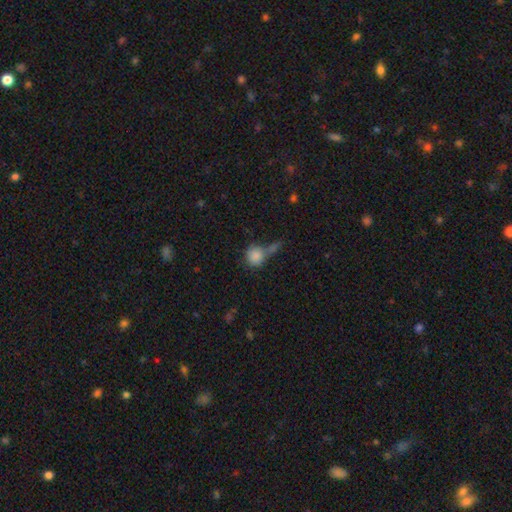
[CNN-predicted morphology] Q: Smooth or featured?
A: smooth (84%); runner-up: star or artifact (9%)
Q: How rounded?
A: round (86%); runner-up: in between (13%)
Q: Merging?
A: none (41%); runner-up: merger (33%)